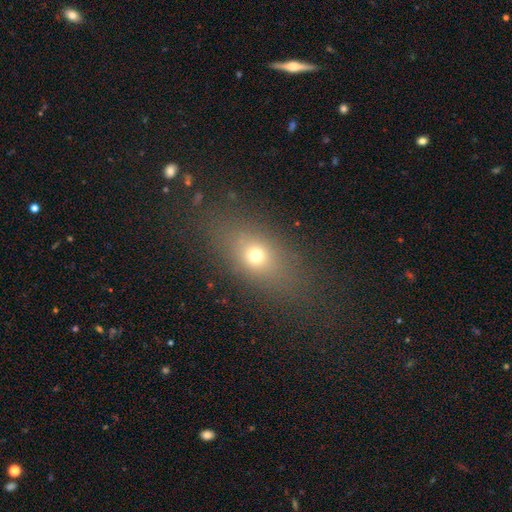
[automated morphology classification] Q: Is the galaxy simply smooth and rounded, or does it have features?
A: smooth — 65%.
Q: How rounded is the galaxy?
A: in between — 63%.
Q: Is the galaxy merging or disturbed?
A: none — 73%.